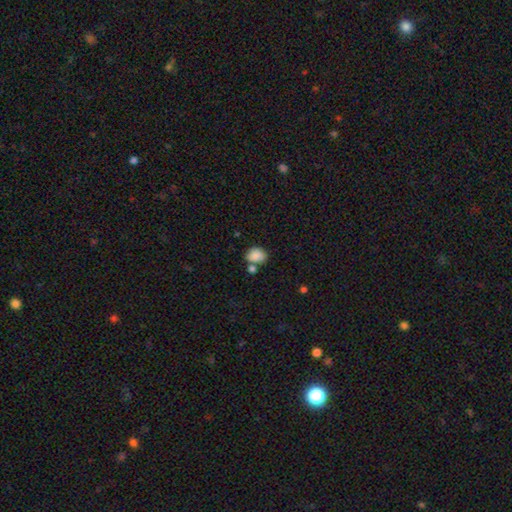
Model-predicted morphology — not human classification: Smooth or featured? Predicted: smooth (p=0.85). How rounded? Predicted: in between (p=0.54). Merging? Predicted: none (p=0.53).